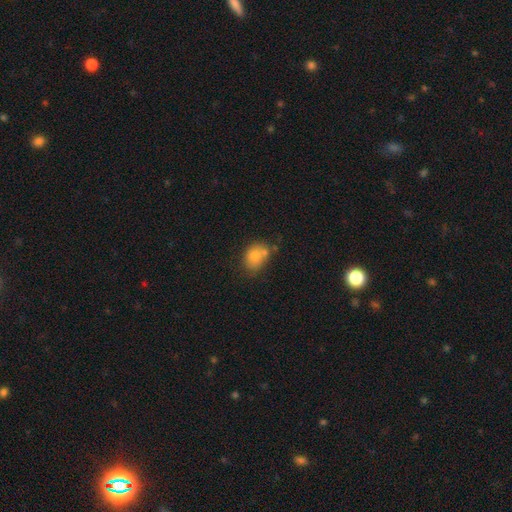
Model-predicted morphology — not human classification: This appears to be a smooth galaxy with no disk features (77%) that is in between round and cigar-shaped (56%). Merging: none (48%).